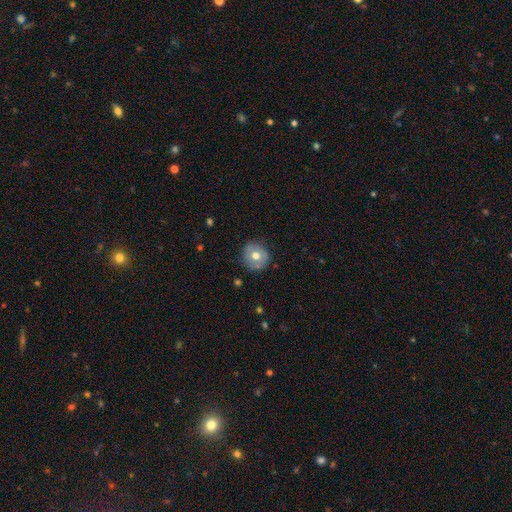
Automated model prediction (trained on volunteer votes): Smooth or featured? smooth (61%)
How rounded? round (92%)
Merging? none (82%)